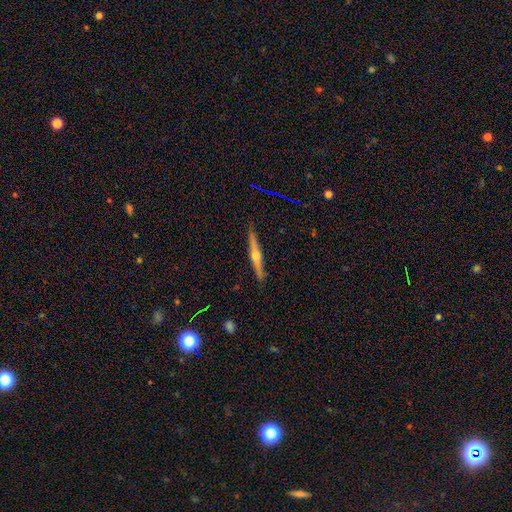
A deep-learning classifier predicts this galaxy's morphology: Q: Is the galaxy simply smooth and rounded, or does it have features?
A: featured or disk — 76%.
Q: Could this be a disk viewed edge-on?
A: yes — 98%.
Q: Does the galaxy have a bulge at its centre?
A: rounded — 93%.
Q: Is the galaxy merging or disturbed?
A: none — 90%.